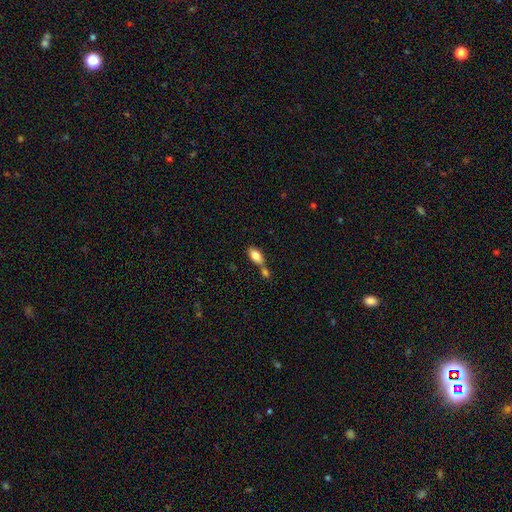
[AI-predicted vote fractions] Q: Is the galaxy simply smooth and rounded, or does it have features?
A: smooth — 79%.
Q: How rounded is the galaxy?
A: in between — 87%.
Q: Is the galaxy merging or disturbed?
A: merger — 45%.